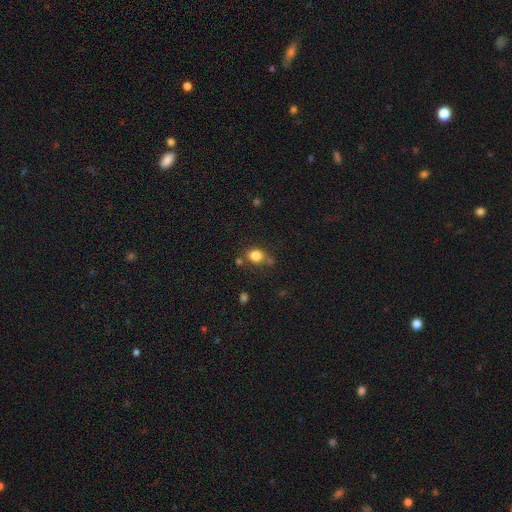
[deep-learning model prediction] Morphology: type=smooth (81%); roundness=round (60%); merging=none (66%).